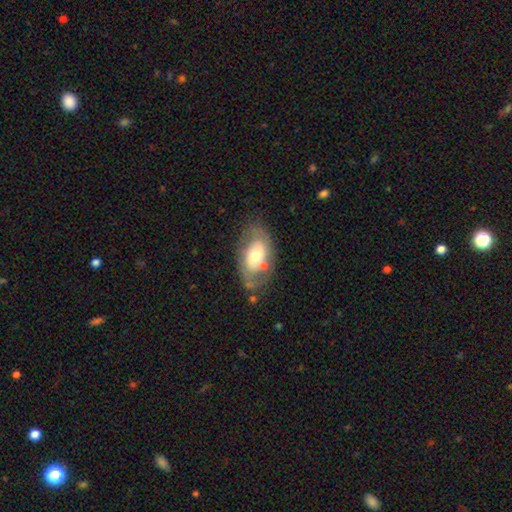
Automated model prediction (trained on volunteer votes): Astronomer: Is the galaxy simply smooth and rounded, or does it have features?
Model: featured or disk — 54% (runner-up: smooth, 40%).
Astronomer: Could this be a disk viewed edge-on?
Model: no — 92%.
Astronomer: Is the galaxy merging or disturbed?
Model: none — 62%.